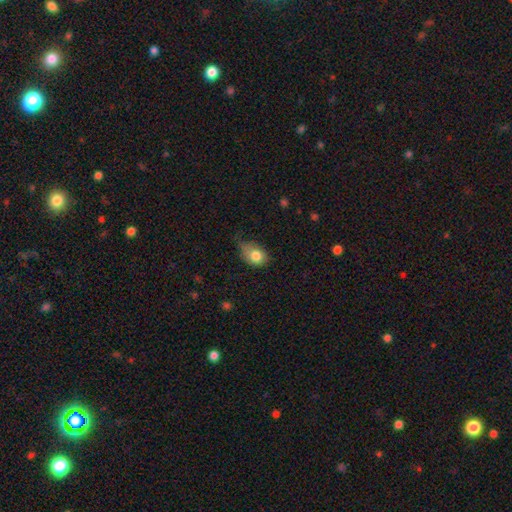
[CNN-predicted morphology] smooth-or-featured: smooth: 80% | featured or disk: 11% | star or artifact: 9%
  how-rounded: in between: 66% | round: 33% | cigar-shaped: 1%
  merging: minor disturbance: 45% | none: 36% | major disturbance: 17% | merger: 2%